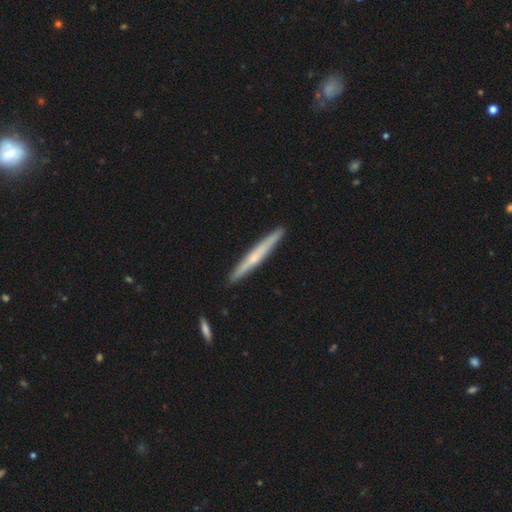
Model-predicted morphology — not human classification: featured or disk 56%, smooth 38%, star or artifact 6%. Down the decision tree: edge-on disk — yes (97%); edge-on bulge — rounded (52%); merging — none (92%).